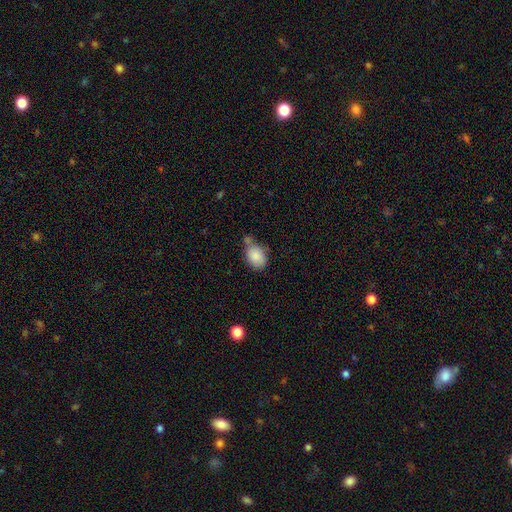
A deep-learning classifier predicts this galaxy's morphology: Overall: smooth (86%). How rounded: in between (71%). Merging: none (54%; minor disturbance 21%).